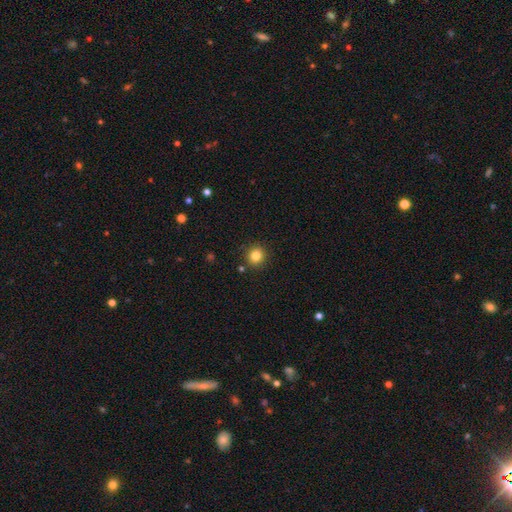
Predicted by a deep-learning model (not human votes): smooth 83%, star or artifact 12%, featured or disk 5%. Down the decision tree: how rounded — round (89%); merging — none (89%).